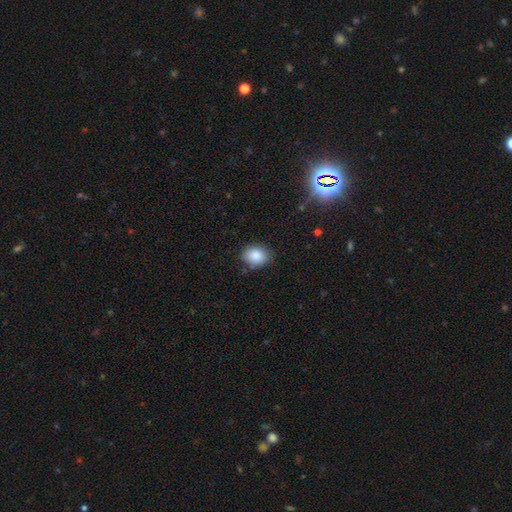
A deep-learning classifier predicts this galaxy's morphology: Q: Smooth or featured?
A: smooth (87%); runner-up: star or artifact (8%)
Q: How rounded?
A: in between (59%); runner-up: round (40%)
Q: Merging?
A: none (78%); runner-up: minor disturbance (17%)